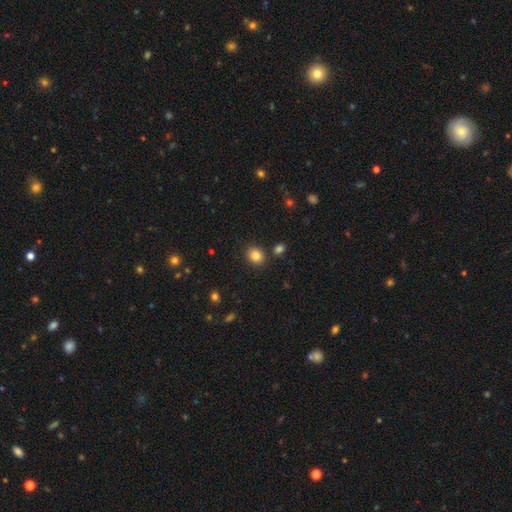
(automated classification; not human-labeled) Smooth or featured: smooth — 83% (star or artifact — 11%)
How rounded: round — 58% (in between — 41%)
Merging: none — 85% (minor disturbance — 8%)